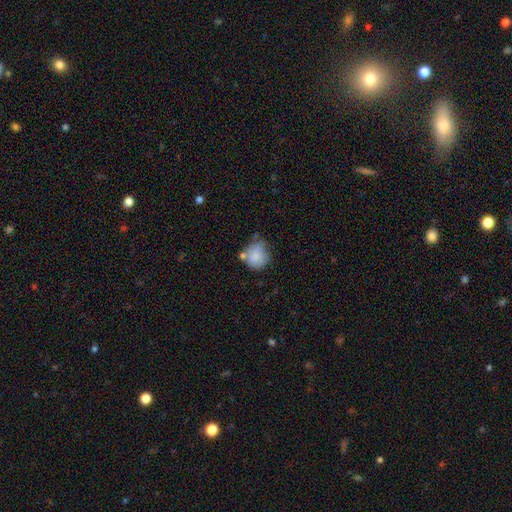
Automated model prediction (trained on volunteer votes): Morphology: type=smooth (80%); roundness=round (76%); merging=none (48%).